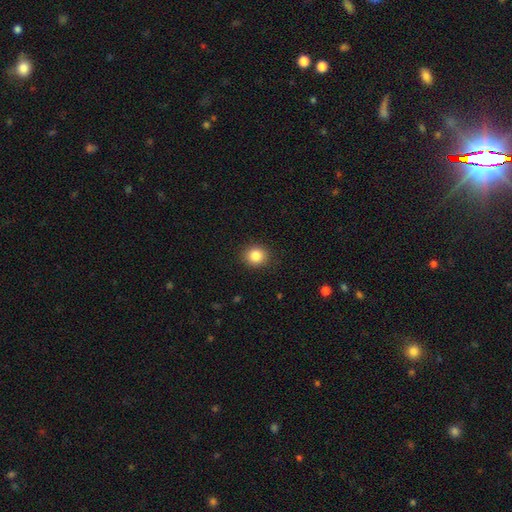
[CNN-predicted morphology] Q: Smooth or featured?
A: smooth (85%); runner-up: star or artifact (10%)
Q: How rounded?
A: round (80%); runner-up: in between (19%)
Q: Merging?
A: none (90%); runner-up: minor disturbance (7%)